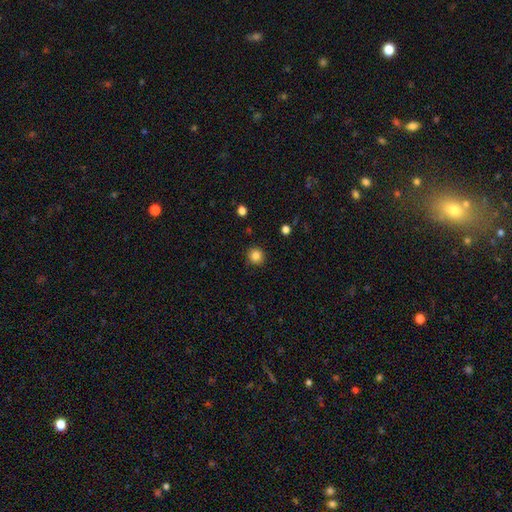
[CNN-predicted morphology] type=smooth (84%); roundness=round (93%); merging=none (91%).